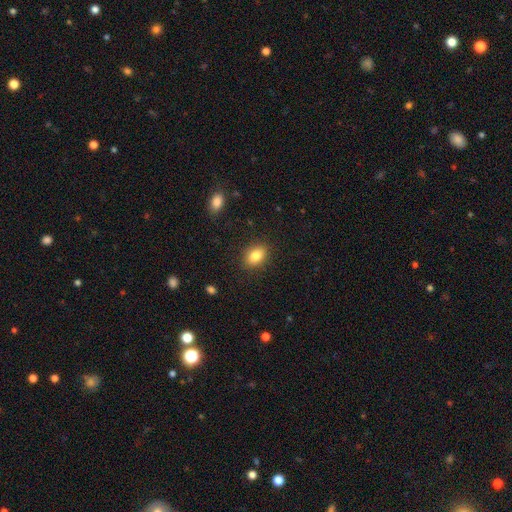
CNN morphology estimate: Overall: smooth (83%). How rounded: in between (77%). Merging: none (88%).